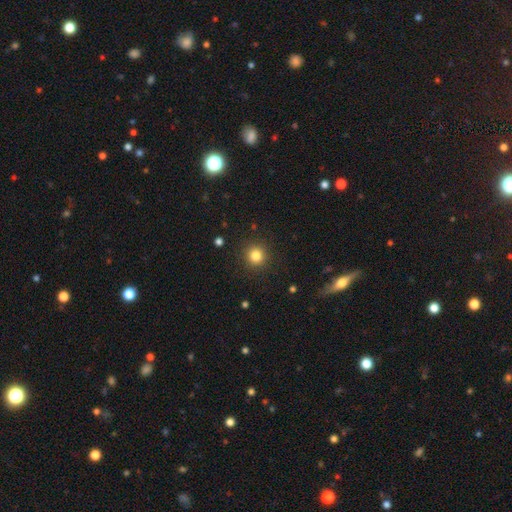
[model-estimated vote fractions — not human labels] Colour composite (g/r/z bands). It shows a smooth galaxy with no disk features (82%) that is round (94%). Merging: none (91%).